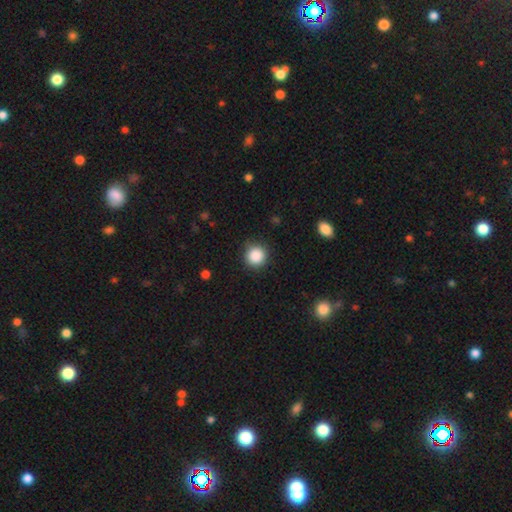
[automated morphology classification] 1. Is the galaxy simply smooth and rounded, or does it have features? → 88% smooth, 9% star or artifact, 3% featured or disk.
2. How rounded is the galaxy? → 94% round, 5% in between, 1% cigar-shaped.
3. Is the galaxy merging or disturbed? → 89% none, 7% minor disturbance, 3% major disturbance, 1% merger.